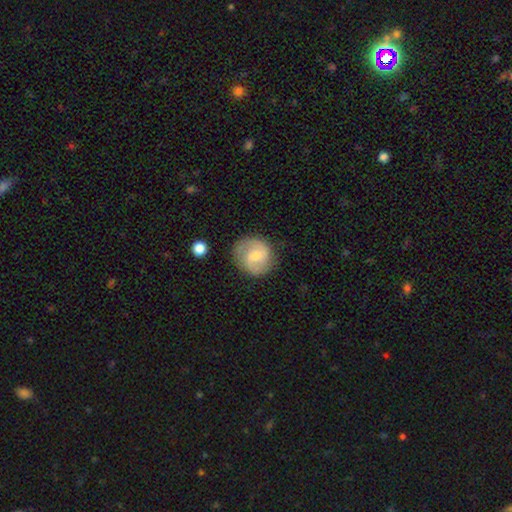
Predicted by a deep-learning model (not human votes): smooth-or-featured: featured or disk: 65% | smooth: 29% | star or artifact: 6%
  disk-edge-on: no: 98% | yes: 2%
    bar: weak: 50% | no: 40% | strong: 11%
    has-spiral-arms: yes: 91% | no: 9%
      spiral-winding: medium: 48% | tight: 33% | loose: 19%
      spiral-arm-count: 2: 84% | can't tell: 8% | 1: 4% | 3: 2% | 4: 1% | more than 4: 1%
    bulge-size: small: 51% | moderate: 42% | none: 4% | large: 2% | dominant: 1%
  merging: none: 80% | minor disturbance: 14% | major disturbance: 4% | merger: 2%